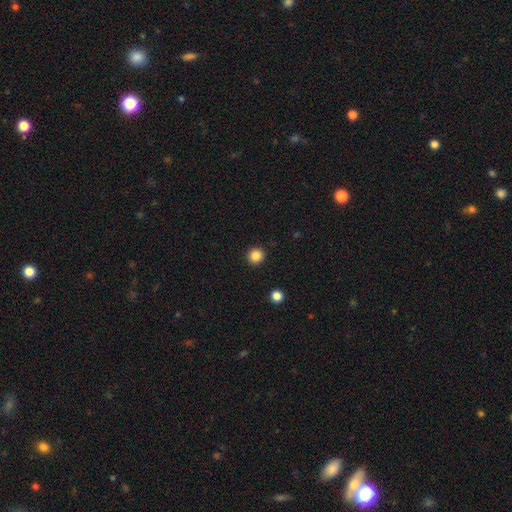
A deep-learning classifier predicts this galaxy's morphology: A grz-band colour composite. It shows a smooth galaxy with no disk features (85%) that is round (96%). Merging: none (93%).